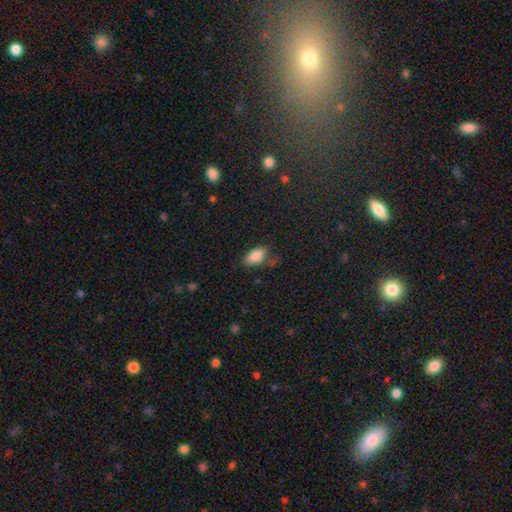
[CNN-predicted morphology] A smooth galaxy with no disk features (84%) that is in between round and cigar-shaped (90%).

Vote fractions:
- Smooth or featured? smooth: 84% / star or artifact: 8% / featured or disk: 7%
- How rounded? in between: 90% / cigar-shaped: 6% / round: 4%
- Merging? none: 63% / minor disturbance: 23% / major disturbance: 8% / merger: 6%